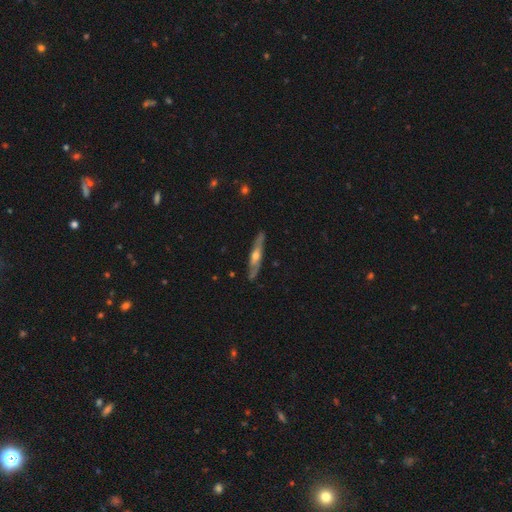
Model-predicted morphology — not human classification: Smooth or featured? featured or disk (68%)
Edge-on disk? yes (83%)
Edge-on bulge? rounded (85%)
Merging? none (86%)